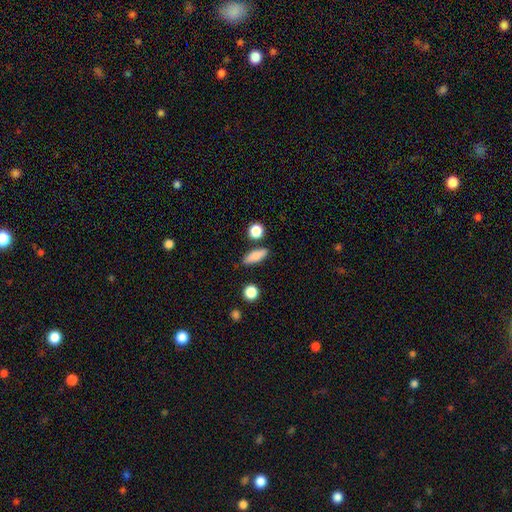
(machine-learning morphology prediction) Smooth or featured? smooth (82%)
How rounded? in between (53%)
Merging? none (81%)